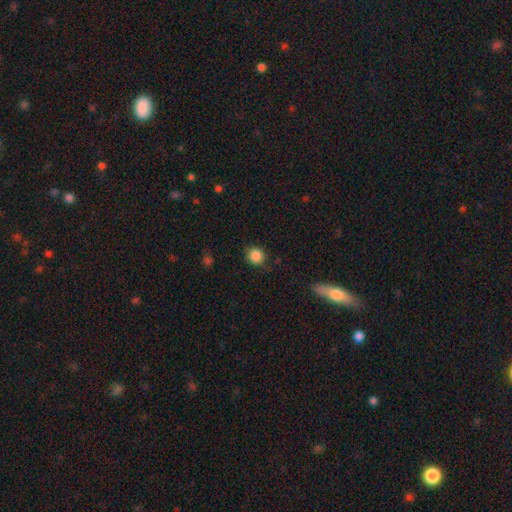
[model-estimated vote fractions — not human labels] Smooth or featured: smooth — 86% (star or artifact — 10%)
How rounded: round — 87% (in between — 12%)
Merging: none — 83% (minor disturbance — 12%)